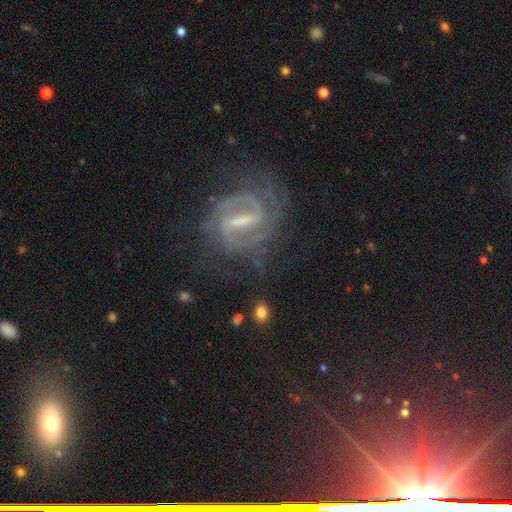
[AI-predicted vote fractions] A featured or disk galaxy (76%) with a strong bar (59%), 2 (60%) tight (50%) spiral arms (95%) and a small central bulge (49%). Merging: none (75%).